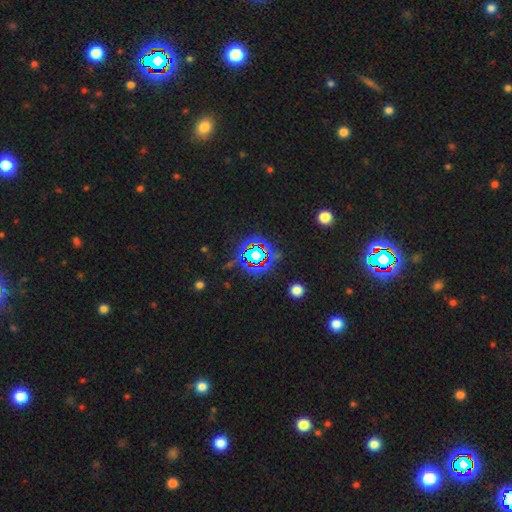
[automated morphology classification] Smooth or featured: star or artifact — 74% (smooth — 14%)